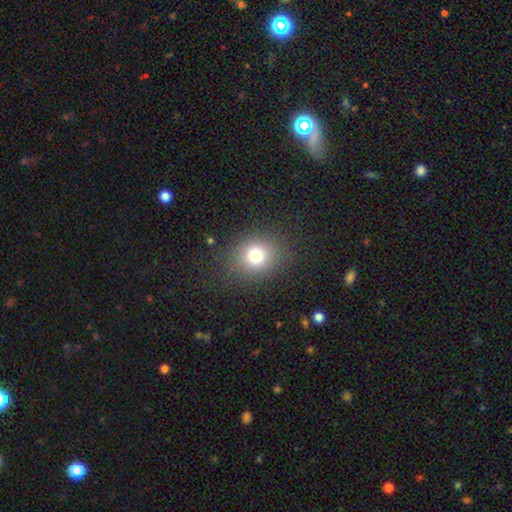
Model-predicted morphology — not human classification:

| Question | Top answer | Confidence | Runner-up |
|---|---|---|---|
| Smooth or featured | smooth | 75% | star or artifact (16%) |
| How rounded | round | 73% | in between (26%) |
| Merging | none | 84% | minor disturbance (9%) |